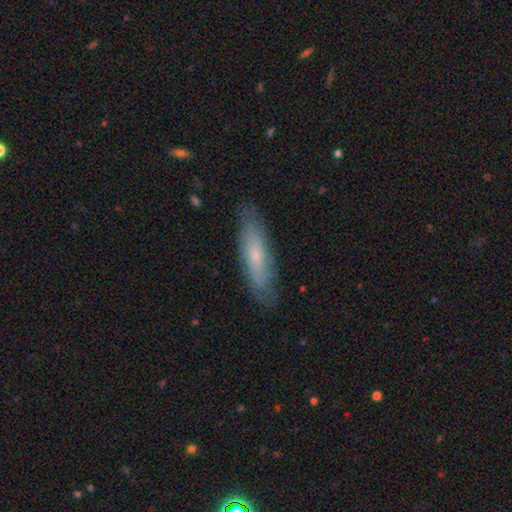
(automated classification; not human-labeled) smooth_or_featured: smooth (p=0.55) [alt: featured or disk p=0.39]
how_rounded: cigar-shaped (p=0.65) [alt: in between p=0.33]
merging: none (p=0.79) [alt: minor disturbance p=0.16]